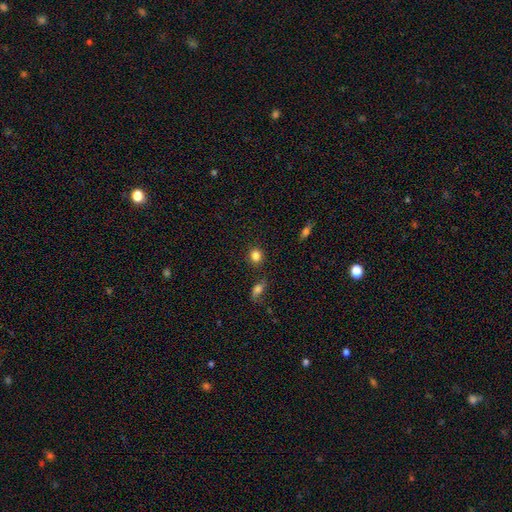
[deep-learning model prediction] smooth 85%, star or artifact 10%, featured or disk 5%. Down the decision tree: how rounded — round (77%); merging — none (83%).